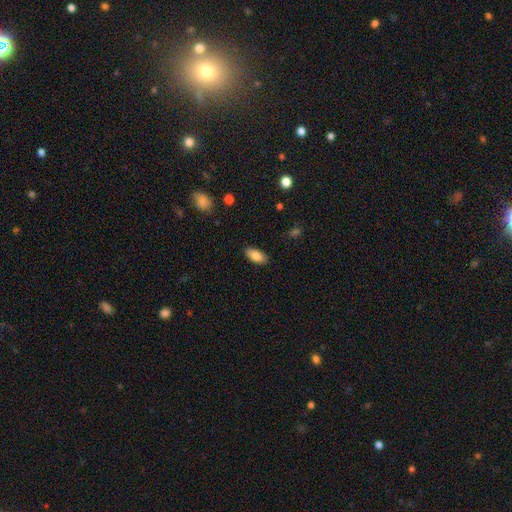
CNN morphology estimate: Smooth or featured?
  - smooth: 85% *
  - featured or disk: 9%
  - star or artifact: 7%
How rounded?
  - in between: 88% *
  - cigar-shaped: 9%
  - round: 2%
Merging?
  - none: 88% *
  - minor disturbance: 9%
  - major disturbance: 2%
  - merger: 1%